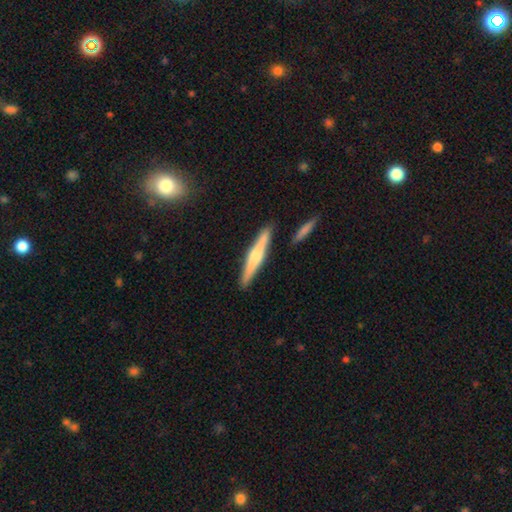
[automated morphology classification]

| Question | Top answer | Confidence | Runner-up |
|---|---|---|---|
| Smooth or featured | featured or disk | 50% | smooth (44%) |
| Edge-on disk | yes | 97% | no (3%) |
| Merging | none | 86% | minor disturbance (8%) |